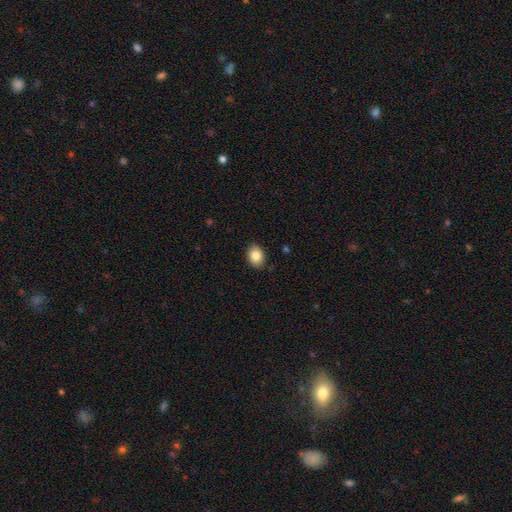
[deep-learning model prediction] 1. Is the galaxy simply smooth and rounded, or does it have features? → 85% smooth, 8% star or artifact, 7% featured or disk.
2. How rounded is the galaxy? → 64% in between, 35% round, 1% cigar-shaped.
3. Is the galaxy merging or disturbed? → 88% none, 9% minor disturbance, 2% major disturbance, 1% merger.